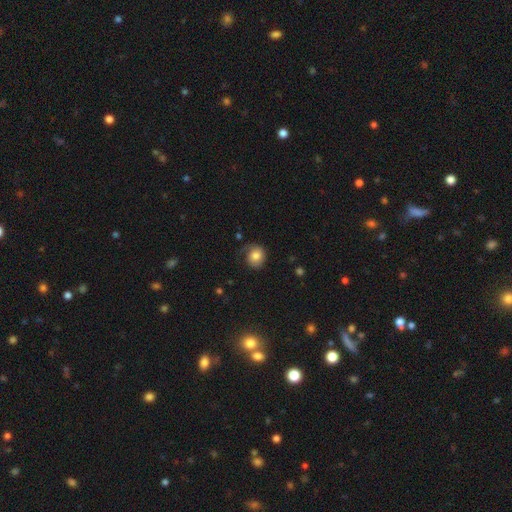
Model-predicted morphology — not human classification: The model was most divided on "merging": none: 56%, minor disturbance: 24%, major disturbance: 18%, merger: 2%. More confident: how rounded — round (78%); smooth or featured — smooth (66%).